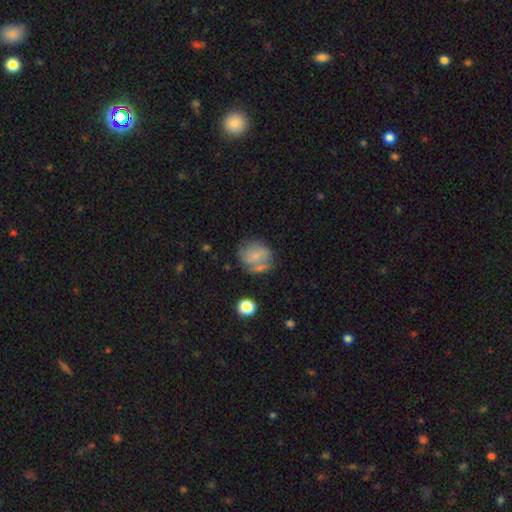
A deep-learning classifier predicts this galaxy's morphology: Q: Smooth or featured?
A: smooth (63%); runner-up: featured or disk (29%)
Q: How rounded?
A: round (75%); runner-up: in between (24%)
Q: Merging?
A: none (48%); runner-up: merger (22%)